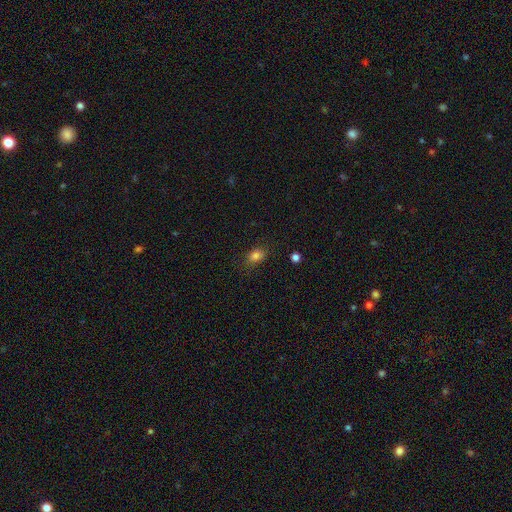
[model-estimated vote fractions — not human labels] Smooth or featured? smooth (83%)
How rounded? in between (78%)
Merging? none (75%)